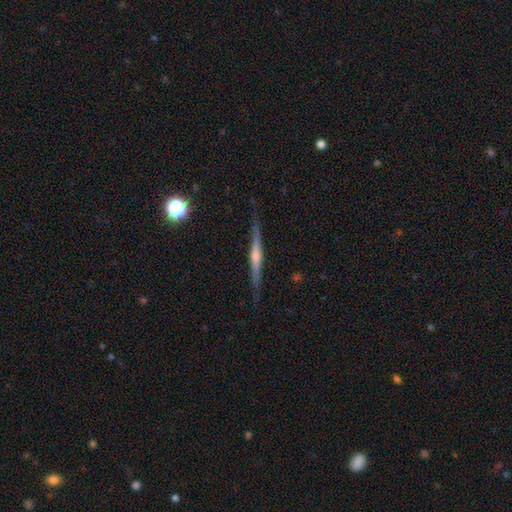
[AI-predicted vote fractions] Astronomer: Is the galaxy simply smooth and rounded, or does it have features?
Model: featured or disk — 78%.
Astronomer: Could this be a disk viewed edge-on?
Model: yes — 98%.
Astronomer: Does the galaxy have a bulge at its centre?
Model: rounded — 74%.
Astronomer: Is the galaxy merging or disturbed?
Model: none — 88%.